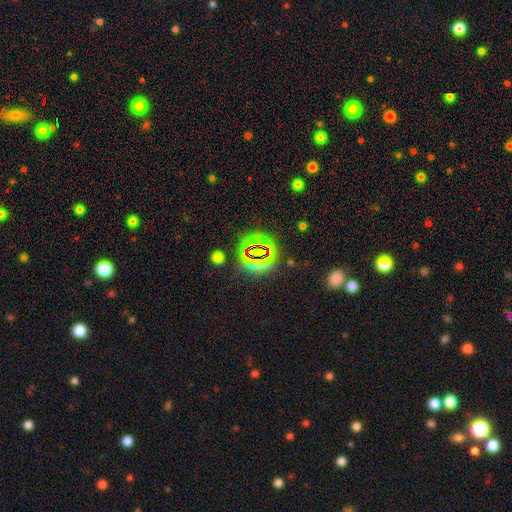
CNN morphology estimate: A star or artifact, not a galaxy (76%).